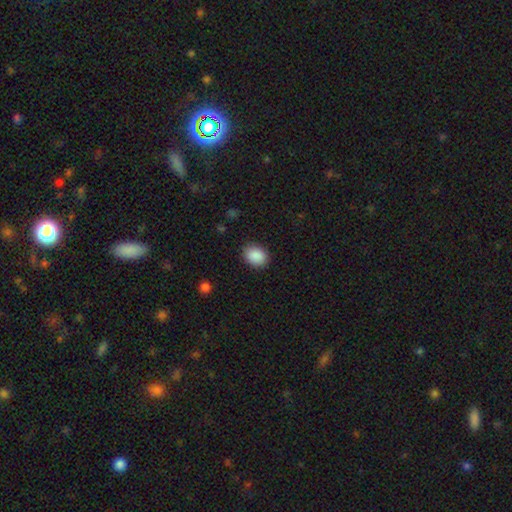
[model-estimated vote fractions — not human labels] Morphology: type=smooth (90%); roundness=in between (59%); merging=none (88%).